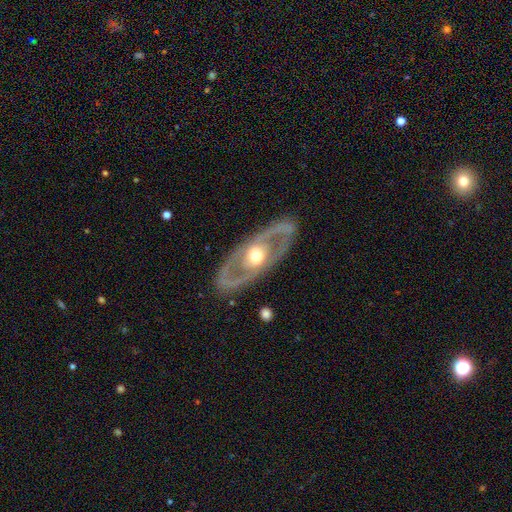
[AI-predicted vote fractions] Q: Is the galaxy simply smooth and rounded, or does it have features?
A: featured or disk — 68%.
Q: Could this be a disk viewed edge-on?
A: no — 79%.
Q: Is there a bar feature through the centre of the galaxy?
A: no — 78%.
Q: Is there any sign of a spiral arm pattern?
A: no — 53%.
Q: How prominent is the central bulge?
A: moderate — 64%.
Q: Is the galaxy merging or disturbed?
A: none — 81%.